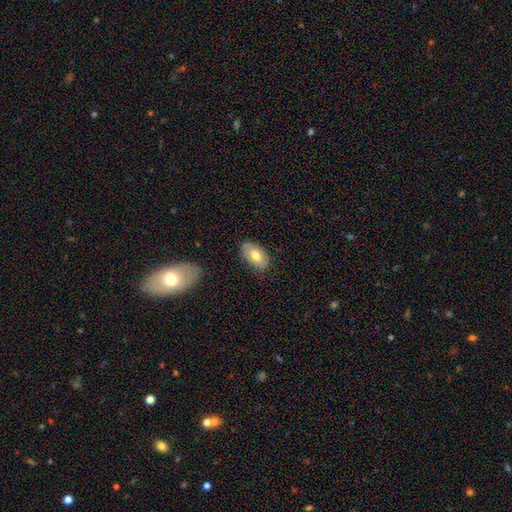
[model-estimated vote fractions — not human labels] smooth_or_featured: smooth (p=0.68) [alt: featured or disk p=0.26]
how_rounded: in between (p=0.94) [alt: round p=0.04]
merging: none (p=0.80) [alt: minor disturbance p=0.16]